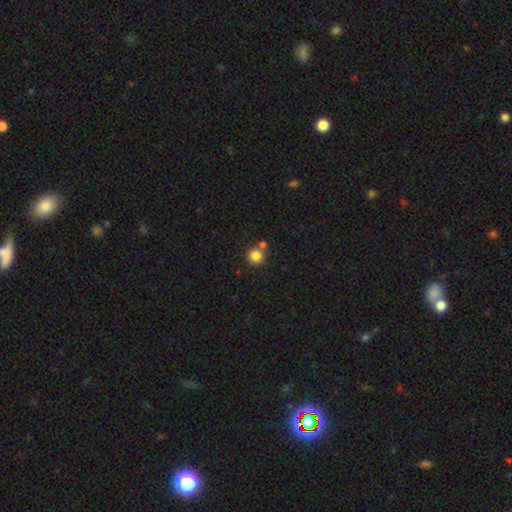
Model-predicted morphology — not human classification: A smooth galaxy with no disk features (84%) that is round (92%).

Vote fractions:
- Smooth or featured? smooth: 84% / star or artifact: 11% / featured or disk: 5%
- How rounded? round: 92% / in between: 7% / cigar-shaped: 1%
- Merging? none: 68% / merger: 21% / minor disturbance: 9% / major disturbance: 3%